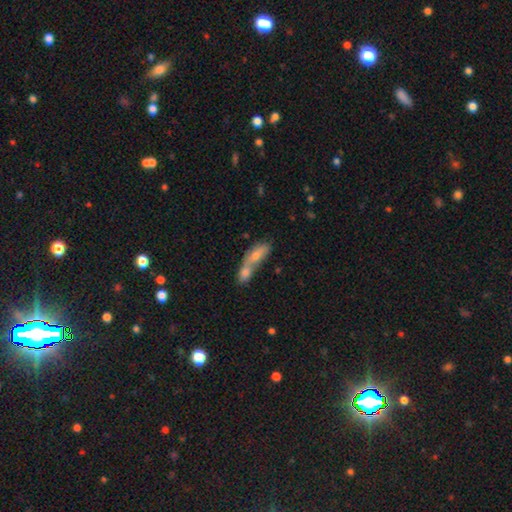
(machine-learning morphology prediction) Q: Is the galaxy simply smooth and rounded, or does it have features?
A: smooth — 62%.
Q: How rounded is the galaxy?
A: in between — 63%.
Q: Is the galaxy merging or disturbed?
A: merger — 71%.